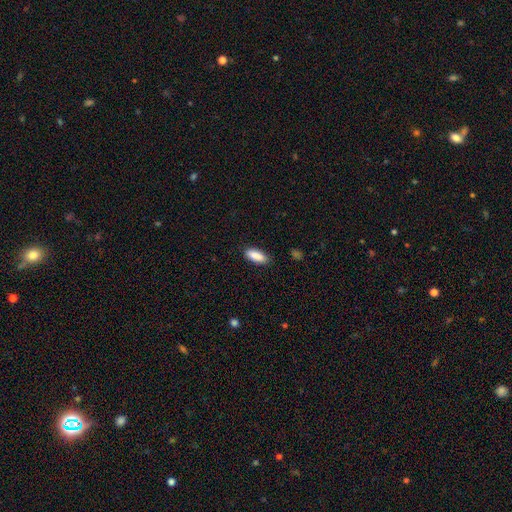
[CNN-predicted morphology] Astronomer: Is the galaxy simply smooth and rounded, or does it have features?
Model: smooth — 90%.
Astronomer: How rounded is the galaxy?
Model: in between — 79%.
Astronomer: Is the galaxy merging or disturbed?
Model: none — 86%.